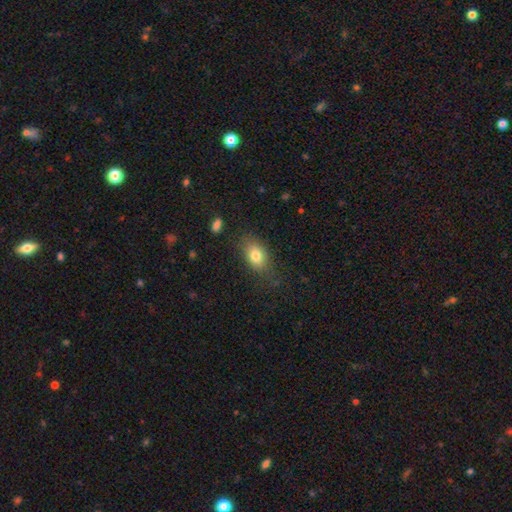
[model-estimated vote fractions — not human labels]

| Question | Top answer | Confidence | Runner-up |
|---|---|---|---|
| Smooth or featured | smooth | 79% | featured or disk (12%) |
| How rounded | in between | 84% | round (13%) |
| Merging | none | 75% | minor disturbance (17%) |